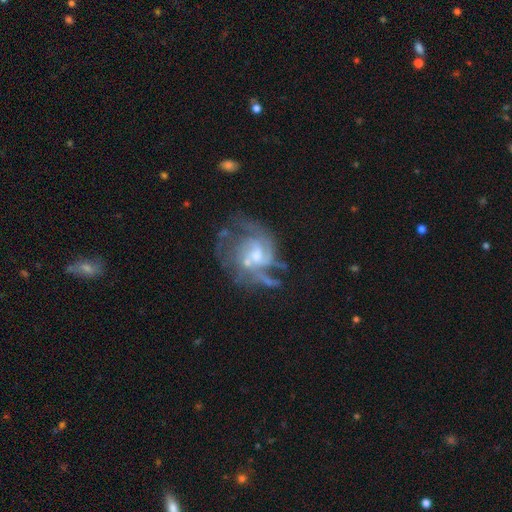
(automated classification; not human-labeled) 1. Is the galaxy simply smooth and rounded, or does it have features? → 80% featured or disk, 11% smooth, 9% star or artifact.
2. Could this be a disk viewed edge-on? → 98% no, 2% yes.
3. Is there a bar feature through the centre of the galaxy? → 53% no, 39% weak, 8% strong.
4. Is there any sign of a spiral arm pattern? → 80% yes, 20% no.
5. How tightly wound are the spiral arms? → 44% medium, 30% tight, 26% loose.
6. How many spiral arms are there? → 35% can't tell, 30% 2, 17% 3, 8% 1, 6% 4, 4% more than 4.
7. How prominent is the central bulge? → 45% moderate, 37% small, 11% none, 6% large, 1% dominant.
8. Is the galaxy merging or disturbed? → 36% none, 34% major disturbance, 18% minor disturbance, 13% merger.